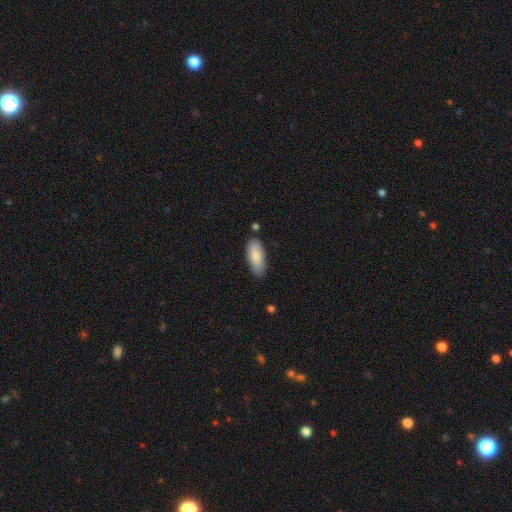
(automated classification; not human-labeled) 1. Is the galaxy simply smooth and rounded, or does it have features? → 86% smooth, 8% featured or disk, 6% star or artifact.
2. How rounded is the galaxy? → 82% in between, 16% cigar-shaped, 2% round.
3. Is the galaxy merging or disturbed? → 80% none, 14% minor disturbance, 3% merger, 3% major disturbance.